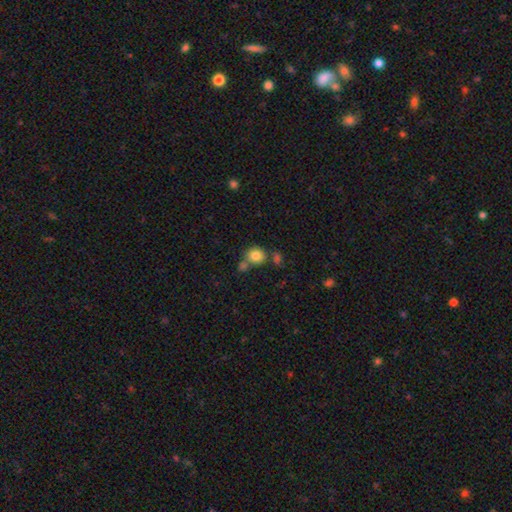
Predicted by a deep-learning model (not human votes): The model was most divided on "merging": none: 59%, merger: 26%, minor disturbance: 11%, major disturbance: 4%. More confident: how rounded — round (84%); smooth or featured — smooth (81%).